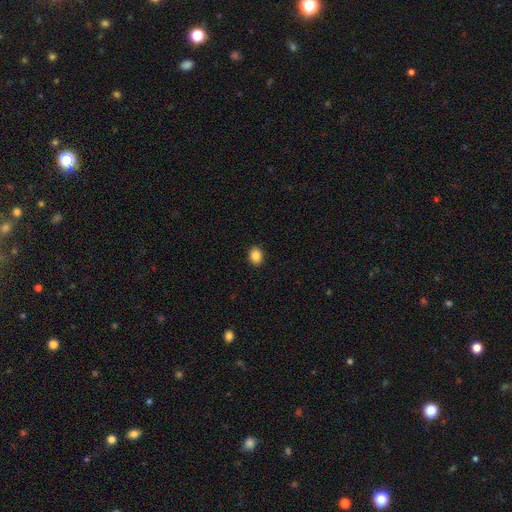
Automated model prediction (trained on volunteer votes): The model was most divided on "how rounded": in between: 64%, round: 35%, cigar-shaped: 1%. More confident: merging — none (91%); smooth or featured — smooth (86%).